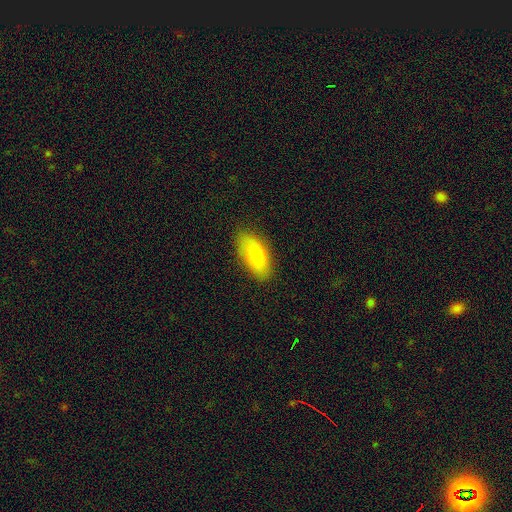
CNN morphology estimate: The model was most divided on "smooth or featured": smooth: 77%, featured or disk: 16%, star or artifact: 7%. More confident: how rounded — in between (88%); merging — none (84%).